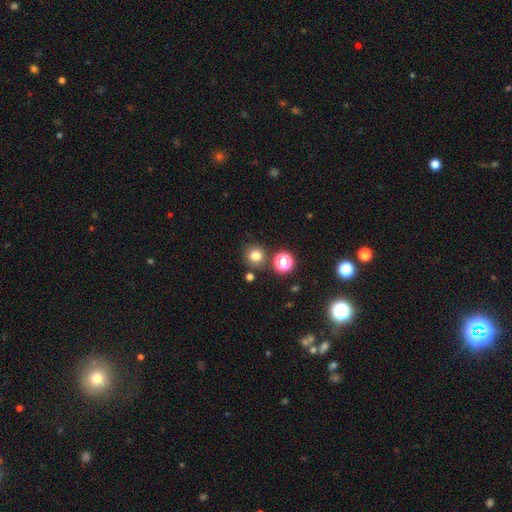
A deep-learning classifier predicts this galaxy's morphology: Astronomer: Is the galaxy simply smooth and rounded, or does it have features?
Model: smooth — 76%.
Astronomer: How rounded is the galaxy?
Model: round — 91%.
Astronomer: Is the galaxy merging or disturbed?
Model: none — 81%.